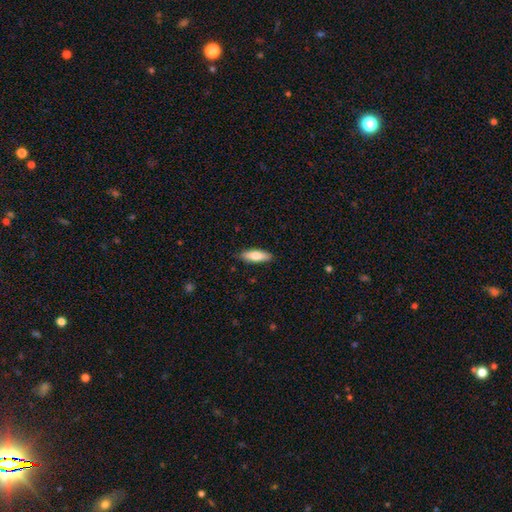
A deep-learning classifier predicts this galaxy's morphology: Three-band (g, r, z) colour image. It shows a smooth galaxy with no disk features (75%) that is in between round and cigar-shaped (50%). Merging: none (87%).